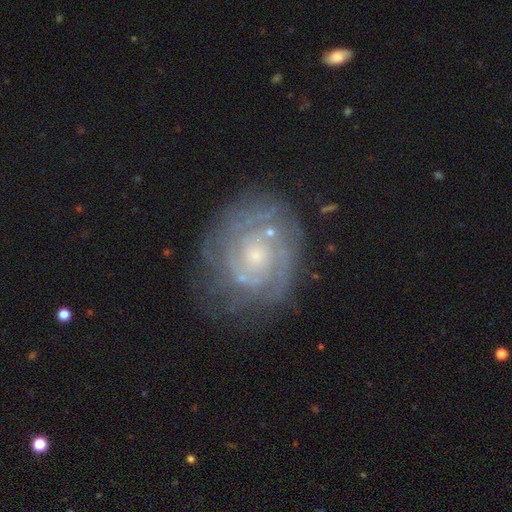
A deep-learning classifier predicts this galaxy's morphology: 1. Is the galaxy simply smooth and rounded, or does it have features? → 84% featured or disk, 10% smooth, 7% star or artifact.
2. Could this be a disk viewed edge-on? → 97% no, 3% yes.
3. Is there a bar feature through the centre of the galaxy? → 78% no, 18% weak, 4% strong.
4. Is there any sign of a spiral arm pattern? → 92% yes, 8% no.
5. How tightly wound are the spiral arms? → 74% tight, 21% medium, 5% loose.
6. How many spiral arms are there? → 37% can't tell, 28% 2, 16% 3, 8% 4, 6% 1, 6% more than 4.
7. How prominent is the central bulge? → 64% small, 29% moderate, 4% none, 2% large, 1% dominant.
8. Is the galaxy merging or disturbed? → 71% none, 18% minor disturbance, 8% major disturbance, 2% merger.